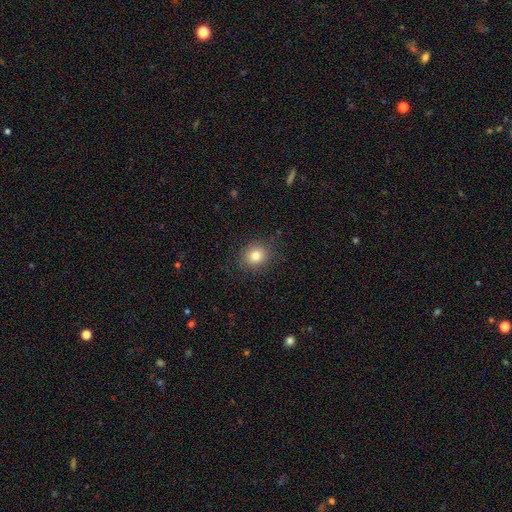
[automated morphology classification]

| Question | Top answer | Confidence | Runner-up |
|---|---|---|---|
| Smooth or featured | smooth | 80% | star or artifact (11%) |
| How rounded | round | 78% | in between (21%) |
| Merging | none | 85% | minor disturbance (10%) |